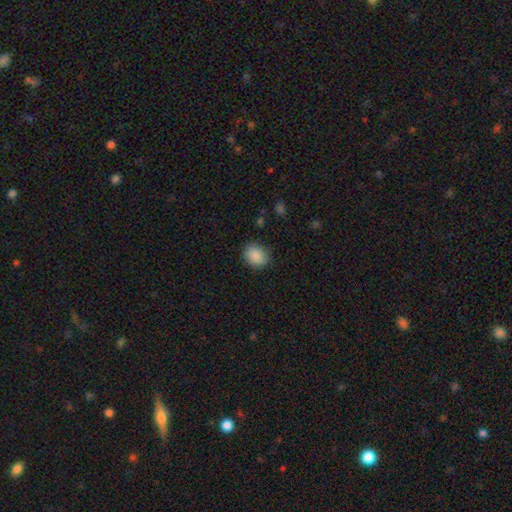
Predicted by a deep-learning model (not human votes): A smooth galaxy with no disk features (89%) that is round (52%). Merging: none (84%).